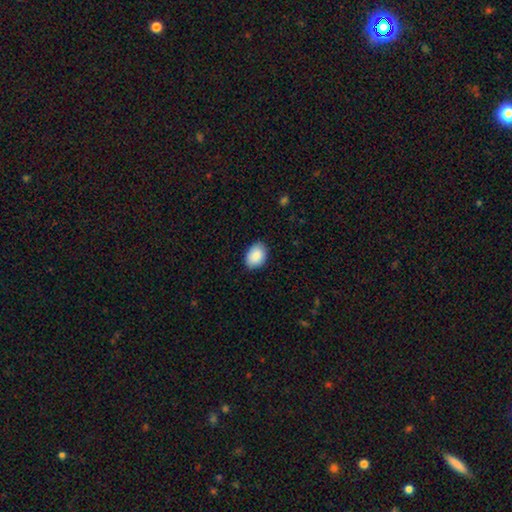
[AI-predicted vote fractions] A smooth galaxy with no disk features (90%) that is in between round and cigar-shaped (77%). Merging: none (85%).